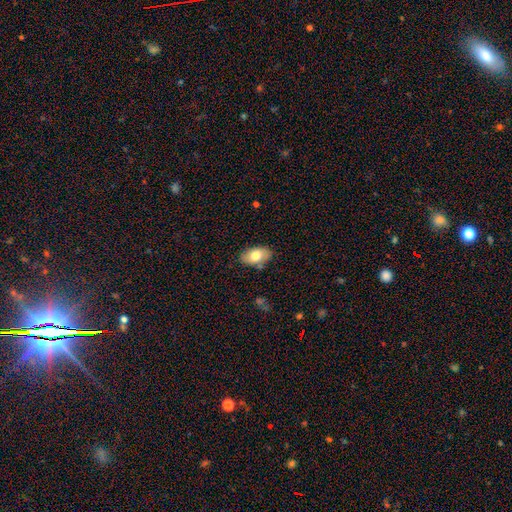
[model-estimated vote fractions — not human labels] smooth 77%, featured or disk 17%, star or artifact 7%. Down the decision tree: how rounded — in between (93%); merging — none (82%).